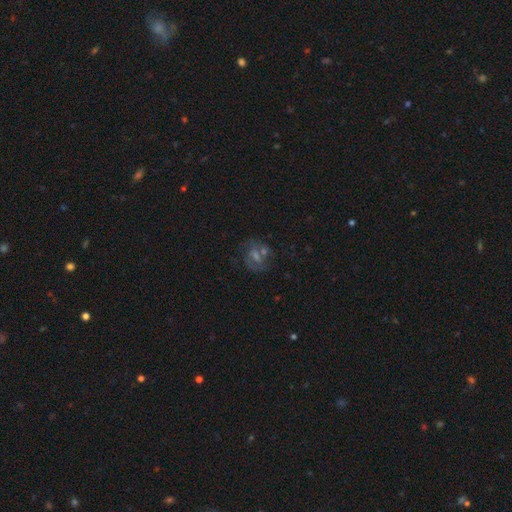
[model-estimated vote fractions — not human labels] A featured or disk galaxy (58%) with a weak bar (48%), spiral arms (78%) and a small central bulge (43%). Merging: none (68%).